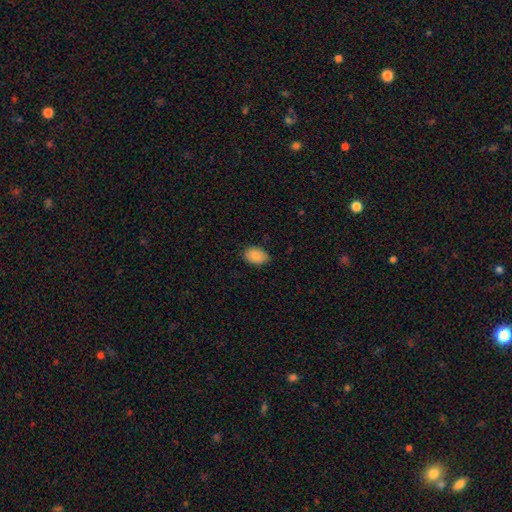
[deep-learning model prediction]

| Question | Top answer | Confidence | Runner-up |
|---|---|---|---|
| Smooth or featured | smooth | 87% | star or artifact (7%) |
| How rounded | in between | 86% | round (13%) |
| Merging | none | 79% | minor disturbance (17%) |